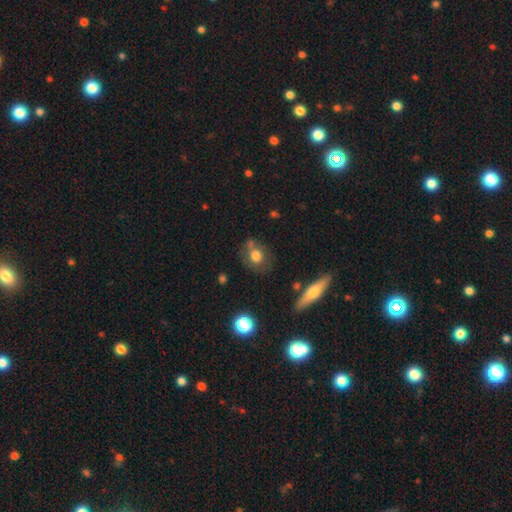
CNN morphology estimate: smooth-or-featured: smooth: 72% | featured or disk: 17% | star or artifact: 11%
  how-rounded: round: 62% | in between: 35% | cigar-shaped: 2%
  merging: none: 59% | minor disturbance: 19% | merger: 14% | major disturbance: 8%